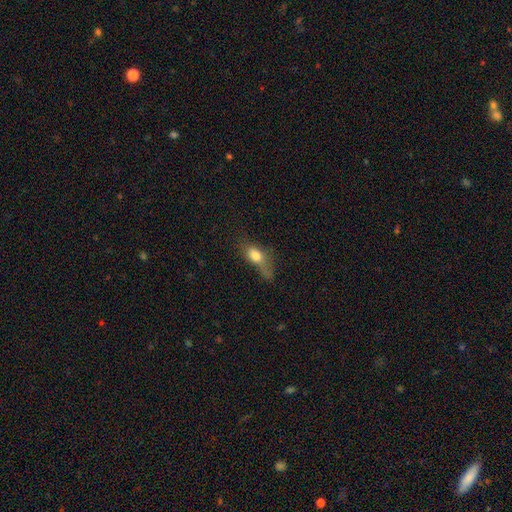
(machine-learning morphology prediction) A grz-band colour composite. It shows a smooth galaxy with no disk features (75%) that is in between round and cigar-shaped (71%). Merging: major disturbance (35%).